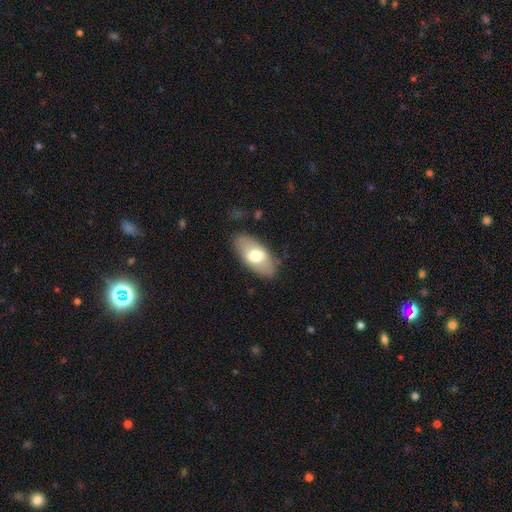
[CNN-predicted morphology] smooth-or-featured: smooth: 65% | featured or disk: 29% | star or artifact: 6%
  how-rounded: in between: 91% | cigar-shaped: 5% | round: 3%
  merging: none: 82% | minor disturbance: 13% | major disturbance: 4% | merger: 1%